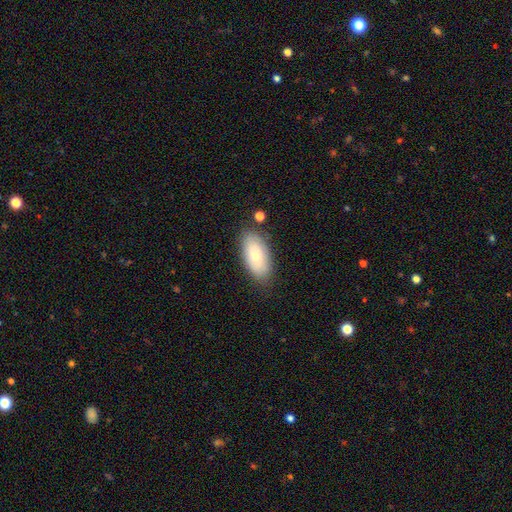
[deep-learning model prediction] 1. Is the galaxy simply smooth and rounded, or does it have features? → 70% smooth, 24% featured or disk, 7% star or artifact.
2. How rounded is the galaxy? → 93% in between, 5% cigar-shaped, 3% round.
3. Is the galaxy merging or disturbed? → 79% none, 15% minor disturbance, 4% major disturbance, 3% merger.